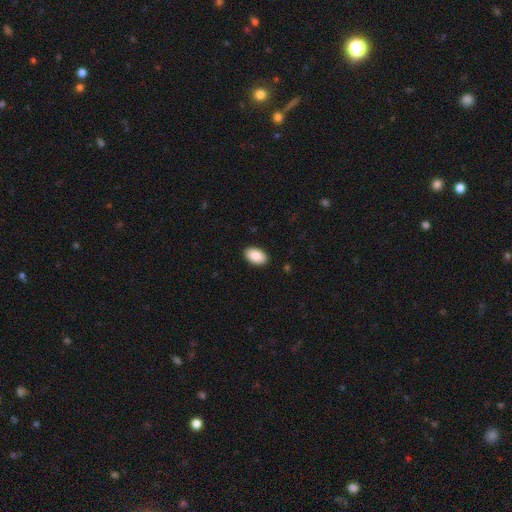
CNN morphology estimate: smooth 90%, star or artifact 6%, featured or disk 4%. Down the decision tree: how rounded — in between (94%); merging — none (90%).